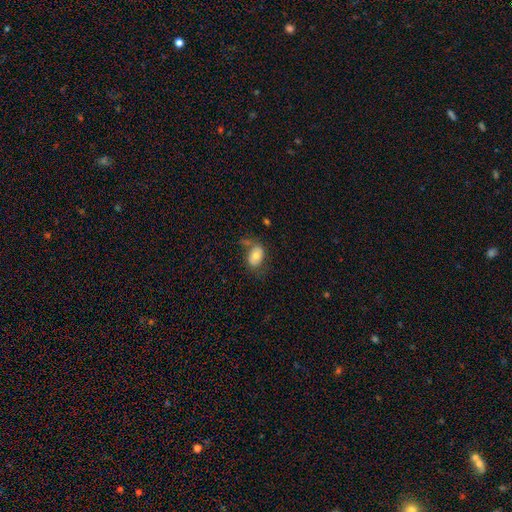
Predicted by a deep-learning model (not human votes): Smooth or featured?
  - smooth: 68% *
  - featured or disk: 25%
  - star or artifact: 8%
How rounded?
  - in between: 87% *
  - round: 12%
  - cigar-shaped: 1%
Merging?
  - none: 54% *
  - minor disturbance: 24%
  - major disturbance: 13%
  - merger: 8%